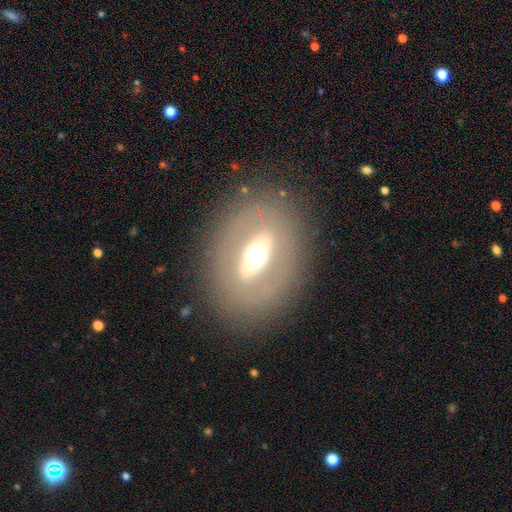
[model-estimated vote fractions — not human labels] smooth_or_featured: featured or disk (p=0.56) [alt: smooth p=0.33]
disk_edge_on: no (p=0.73) [alt: yes p=0.27]
merging: none (p=0.81) [alt: minor disturbance p=0.10]